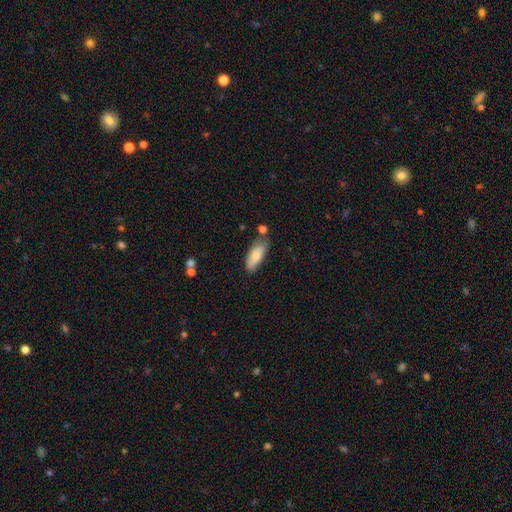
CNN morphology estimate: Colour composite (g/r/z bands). It shows a smooth galaxy with no disk features (82%) that is in between round and cigar-shaped (75%). Merging: none (69%).